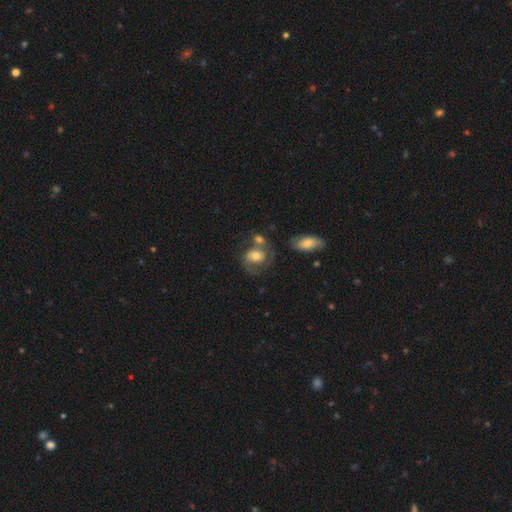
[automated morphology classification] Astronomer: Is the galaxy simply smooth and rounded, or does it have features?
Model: featured or disk — 48% (runner-up: smooth, 44%).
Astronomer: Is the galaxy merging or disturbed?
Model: none — 41% (runner-up: merger, 28%).